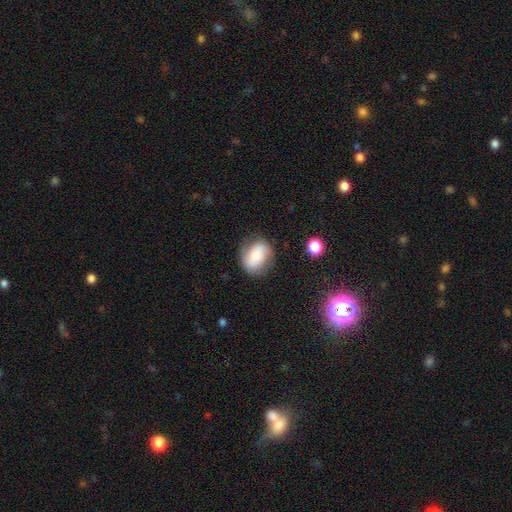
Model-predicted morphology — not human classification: type=smooth (58%); roundness=in between (56%); merging=none (69%).